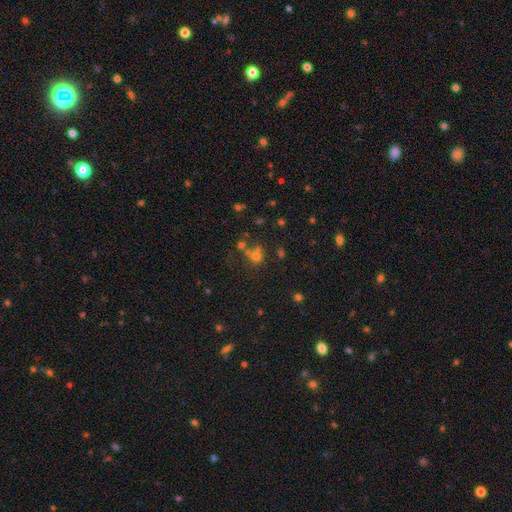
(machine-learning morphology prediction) Q: Smooth or featured?
A: smooth (60%); runner-up: star or artifact (27%)
Q: How rounded?
A: round (79%); runner-up: in between (20%)
Q: Merging?
A: none (49%); runner-up: merger (34%)